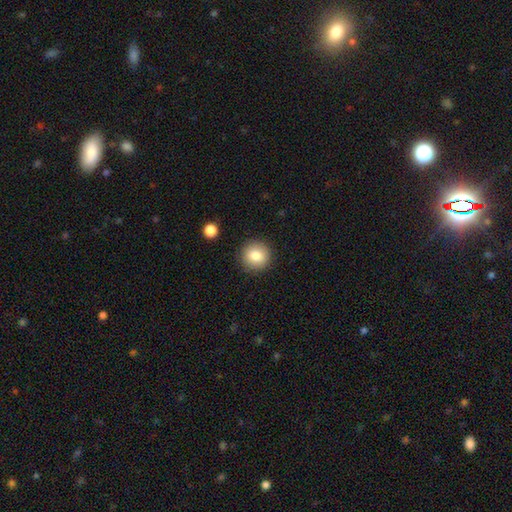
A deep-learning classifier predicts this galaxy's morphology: The model was most divided on "smooth or featured": smooth: 83%, star or artifact: 9%, featured or disk: 8%. More confident: how rounded — round (94%); merging — none (90%).